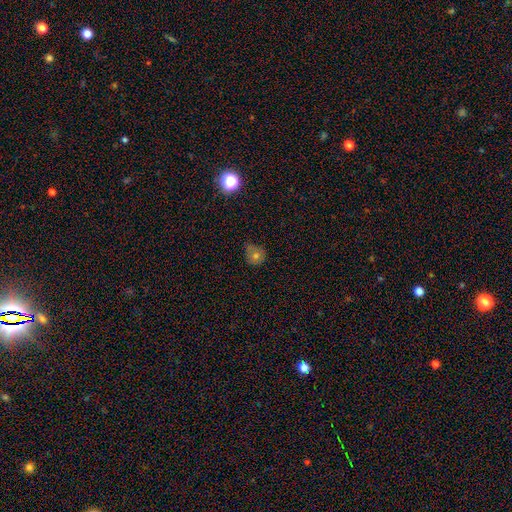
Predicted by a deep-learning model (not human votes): smooth_or_featured: smooth (p=0.67) [alt: featured or disk p=0.16]
how_rounded: round (p=0.84) [alt: in between p=0.15]
merging: none (p=0.59) [alt: minor disturbance p=0.27]